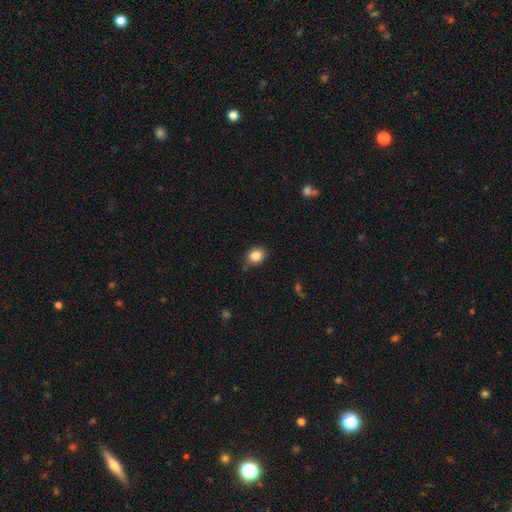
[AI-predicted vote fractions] A smooth galaxy with no disk features (85%) that is round (54%). Merging: none (79%).